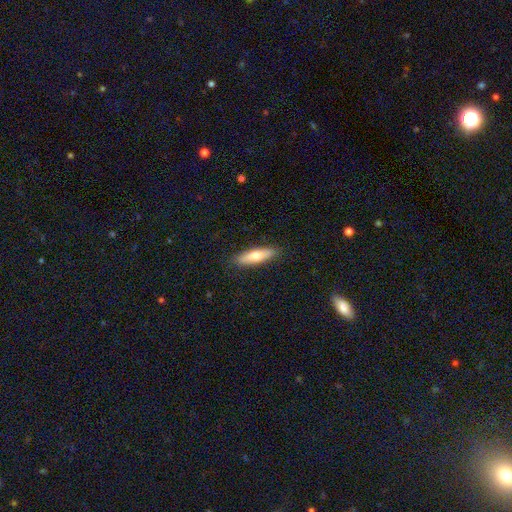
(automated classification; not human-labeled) Morphology: type=smooth (68%); roundness=cigar-shaped (70%); merging=none (88%).